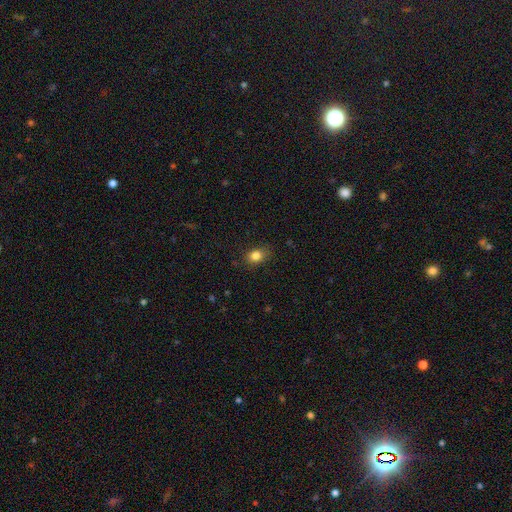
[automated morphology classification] Overall: smooth (83%). How rounded: in between (59%; round 40%). Merging: none (82%).